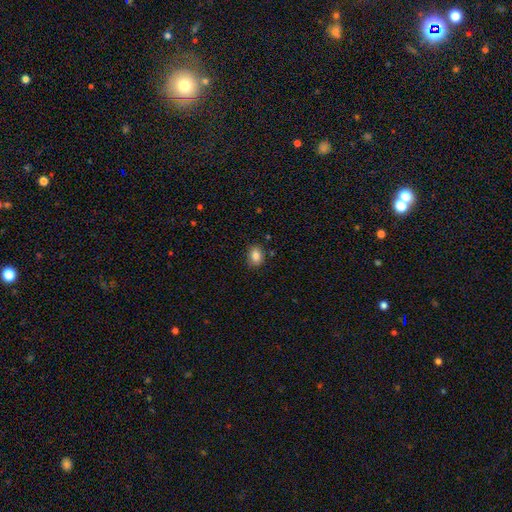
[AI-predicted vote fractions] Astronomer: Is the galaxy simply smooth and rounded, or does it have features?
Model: smooth — 85%.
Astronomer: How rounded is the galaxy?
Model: in between — 61% (runner-up: round, 38%).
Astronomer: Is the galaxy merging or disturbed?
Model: none — 84%.